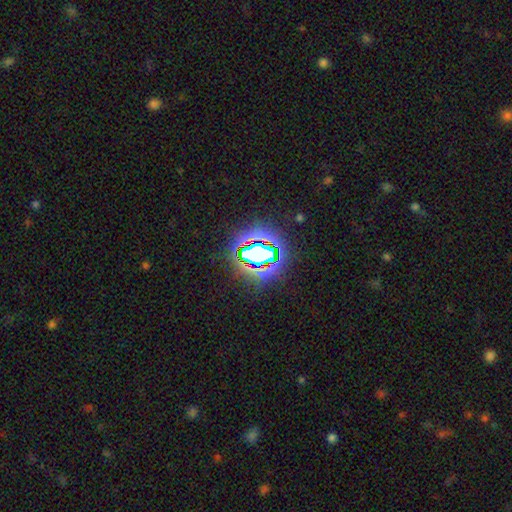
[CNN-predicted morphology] Smooth or featured: star or artifact — 68% (smooth — 19%)